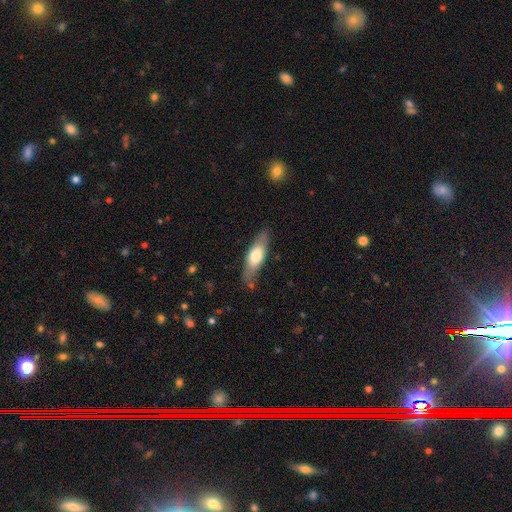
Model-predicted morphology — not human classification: smooth 60%, featured or disk 34%, star or artifact 6%. Down the decision tree: how rounded — in between (52%); merging — none (79%).